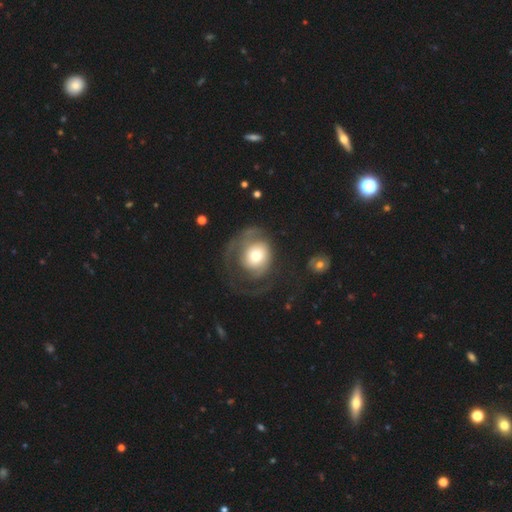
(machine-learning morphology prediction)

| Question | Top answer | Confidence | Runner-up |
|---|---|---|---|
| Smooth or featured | featured or disk | 52% | smooth (41%) |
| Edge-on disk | no | 97% | yes (3%) |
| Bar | no | 83% | weak (14%) |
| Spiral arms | yes | 63% | no (37%) |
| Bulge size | moderate | 54% | small (23%) |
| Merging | major disturbance | 46% | none (34%) |